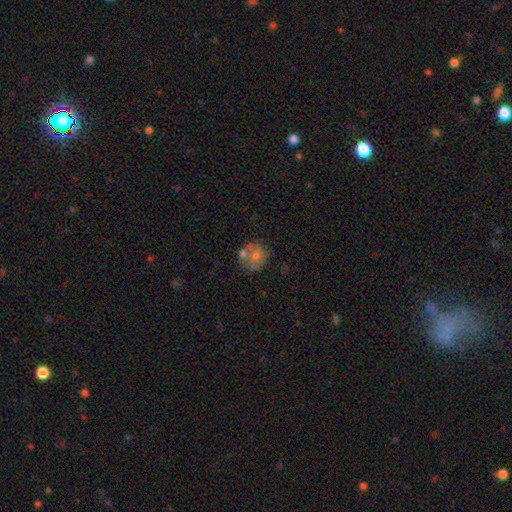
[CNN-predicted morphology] The model was most divided on "smooth or featured": smooth: 51%, featured or disk: 37%, star or artifact: 11%. More confident: how rounded — round (78%); merging — none (53%).